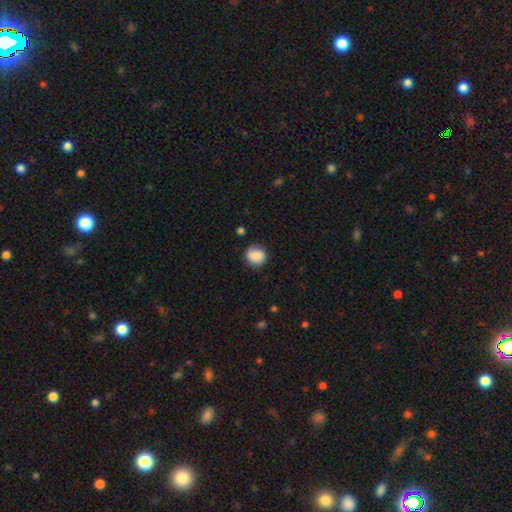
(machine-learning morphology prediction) Overall: smooth (84%). How rounded: round (79%). Merging: none (79%).